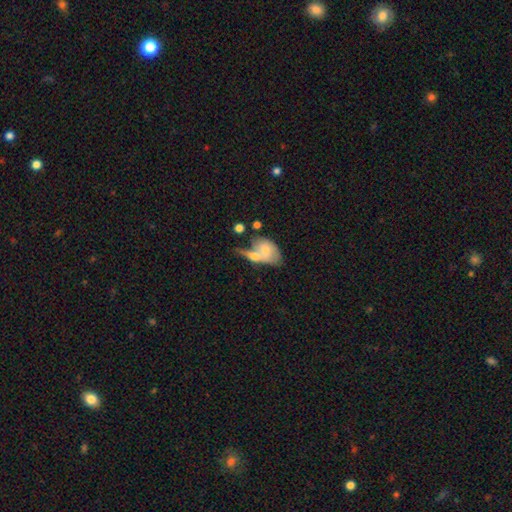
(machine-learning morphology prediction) The model was most divided on "smooth or featured": smooth: 52%, featured or disk: 40%, star or artifact: 8%. More confident: how rounded — in between (80%); merging — merger (54%).